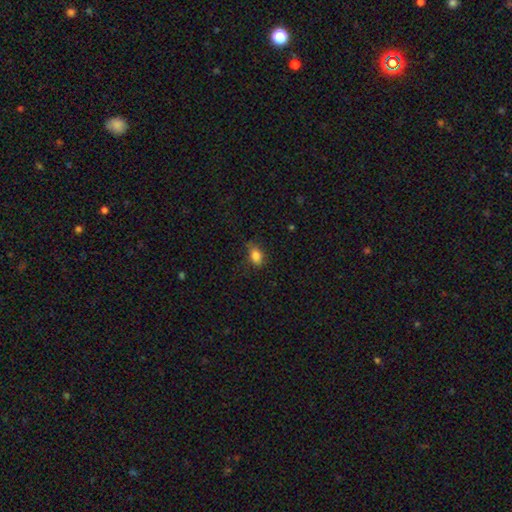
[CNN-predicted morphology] type=smooth (84%); roundness=in between (83%); merging=none (71%).